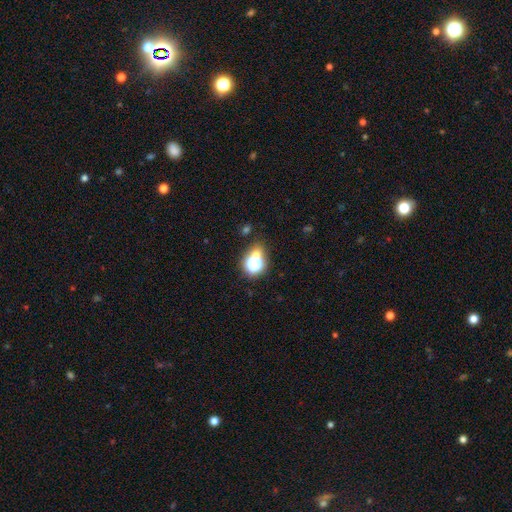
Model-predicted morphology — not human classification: This is possibly a smooth galaxy (53%). How rounded: likely round (66%). Merging: possibly none (60%).